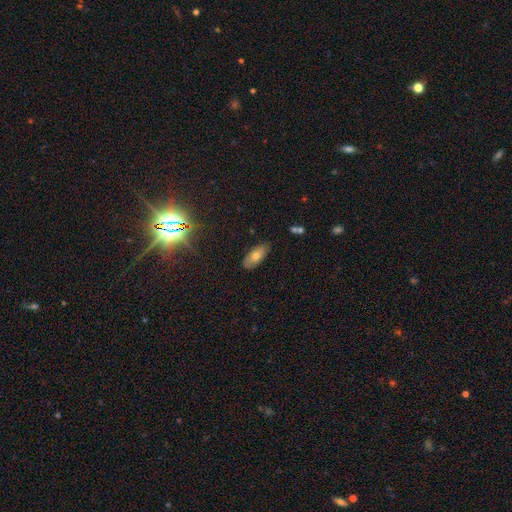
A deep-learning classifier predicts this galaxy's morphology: A smooth galaxy with no disk features (64%) that is in between round and cigar-shaped (84%).

Vote fractions:
- Smooth or featured? smooth: 64% / featured or disk: 23% / star or artifact: 13%
- How rounded? in between: 84% / cigar-shaped: 13% / round: 3%
- Merging? none: 83% / minor disturbance: 14% / major disturbance: 2% / merger: 1%